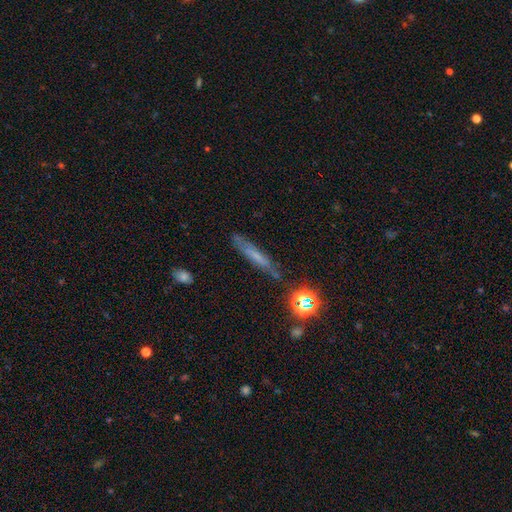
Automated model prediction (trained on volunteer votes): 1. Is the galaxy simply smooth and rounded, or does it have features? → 49% smooth, 34% featured or disk, 18% star or artifact.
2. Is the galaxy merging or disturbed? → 74% none, 18% minor disturbance, 5% major disturbance, 3% merger.